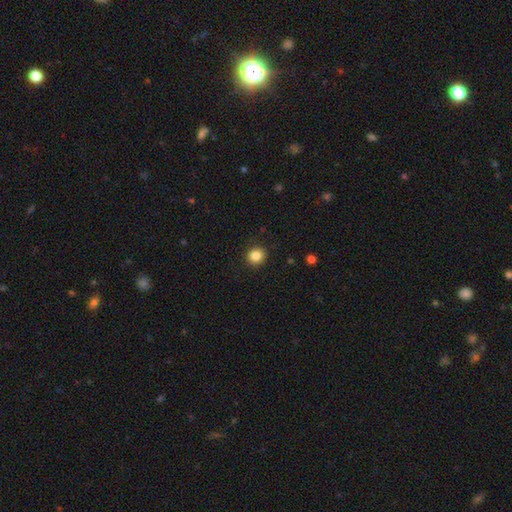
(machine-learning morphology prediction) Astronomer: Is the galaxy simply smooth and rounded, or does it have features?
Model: smooth — 85%.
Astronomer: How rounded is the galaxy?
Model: round — 86%.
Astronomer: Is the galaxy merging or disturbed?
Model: none — 90%.